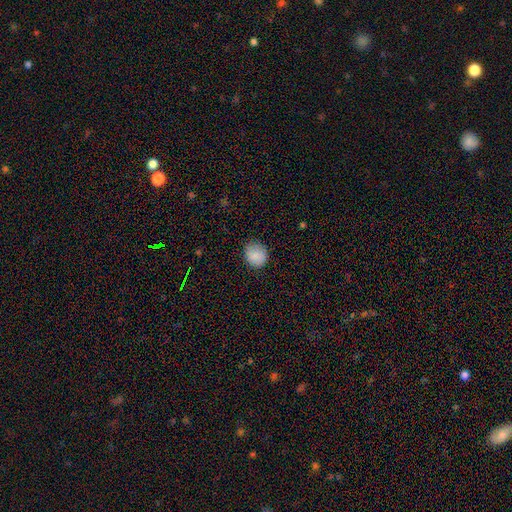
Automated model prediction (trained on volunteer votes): Smooth or featured? Predicted: smooth (p=0.87). How rounded? Predicted: round (p=0.81). Merging? Predicted: none (p=0.82).